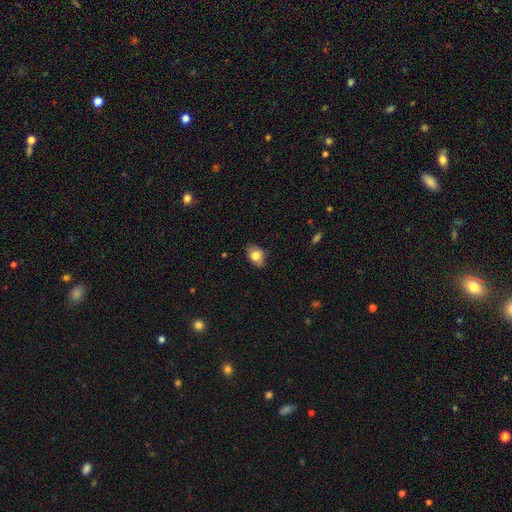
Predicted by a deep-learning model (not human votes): Q: Smooth or featured?
A: smooth (79%); runner-up: featured or disk (13%)
Q: How rounded?
A: in between (72%); runner-up: round (26%)
Q: Merging?
A: none (78%); runner-up: minor disturbance (18%)